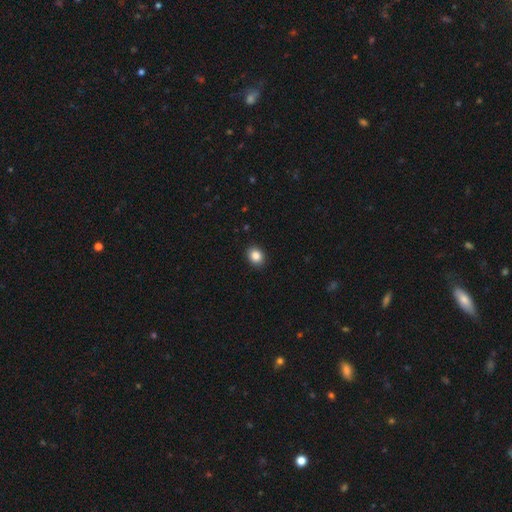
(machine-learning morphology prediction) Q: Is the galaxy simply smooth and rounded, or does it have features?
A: smooth — 86%.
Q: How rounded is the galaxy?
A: in between — 52%.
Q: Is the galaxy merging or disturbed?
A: none — 90%.